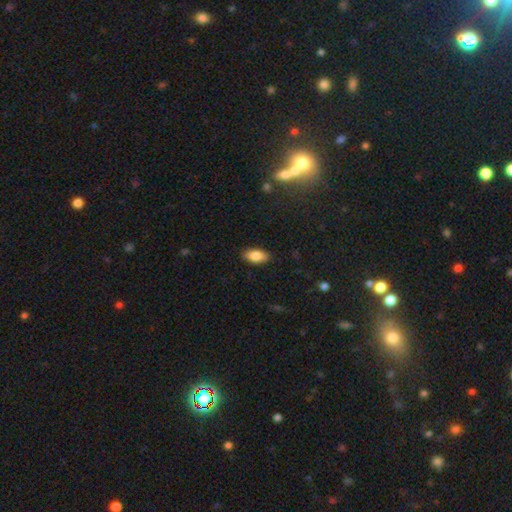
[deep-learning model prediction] smooth 83%, featured or disk 10%, star or artifact 7%. Down the decision tree: how rounded — in between (90%); merging — none (88%).